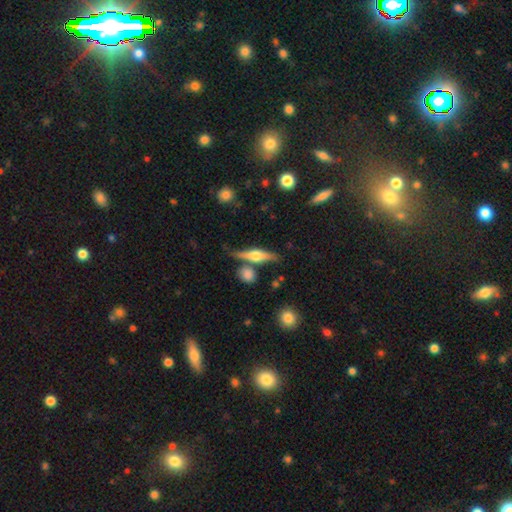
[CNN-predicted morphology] Smooth or featured?
  - featured or disk: 69% *
  - smooth: 24%
  - star or artifact: 7%
Edge-on disk?
  - yes: 95% *
  - no: 5%
Edge-on bulge?
  - rounded: 92% *
  - boxy: 6%
  - none: 2%
Merging?
  - none: 72% *
  - minor disturbance: 13%
  - merger: 12%
  - major disturbance: 4%